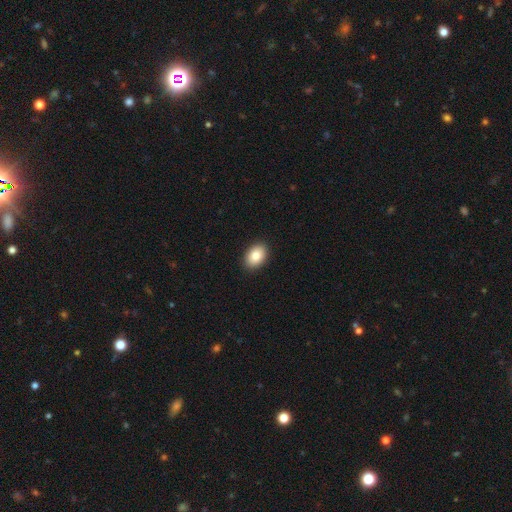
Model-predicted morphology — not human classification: Smooth or featured? Predicted: smooth (p=0.84). How rounded? Predicted: in between (p=0.80). Merging? Predicted: none (p=0.91).